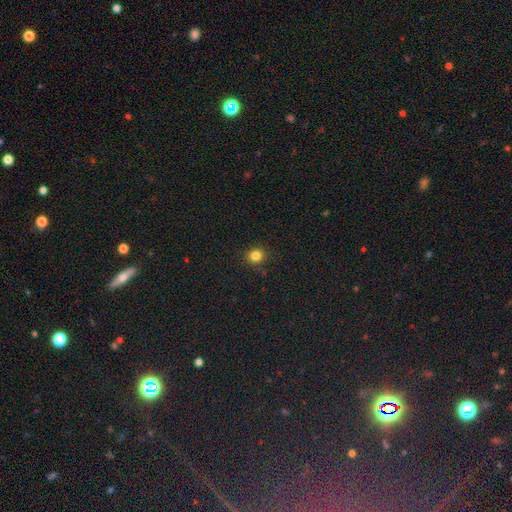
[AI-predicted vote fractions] Smooth or featured? smooth (83%)
How rounded? round (85%)
Merging? none (91%)